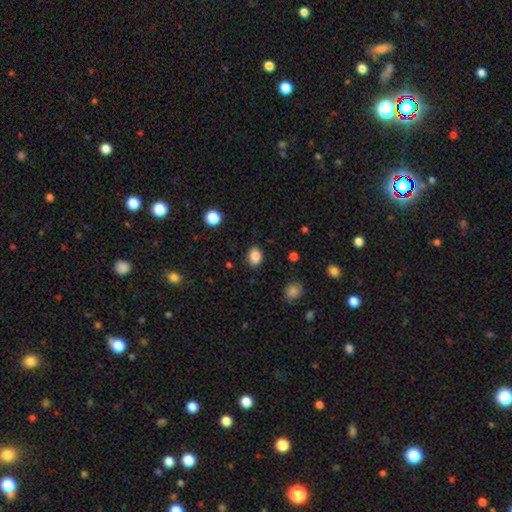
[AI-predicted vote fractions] Q: Smooth or featured?
A: smooth (86%); runner-up: star or artifact (9%)
Q: How rounded?
A: in between (73%); runner-up: round (26%)
Q: Merging?
A: none (86%); runner-up: minor disturbance (10%)